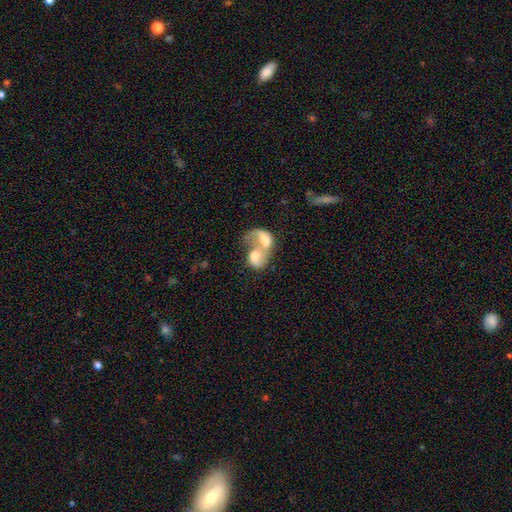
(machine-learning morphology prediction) Q: Smooth or featured?
A: smooth (46%); runner-up: featured or disk (45%)
Q: Merging?
A: merger (81%); runner-up: major disturbance (9%)